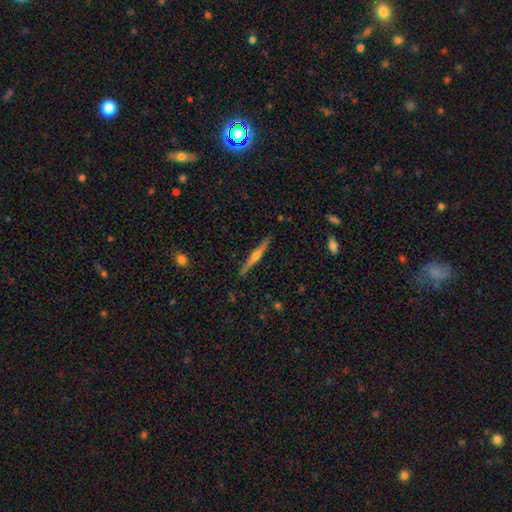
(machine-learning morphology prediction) type=featured or disk (71%); edge-on=yes (98%); edge-on bulge=rounded (82%); merging=none (90%).